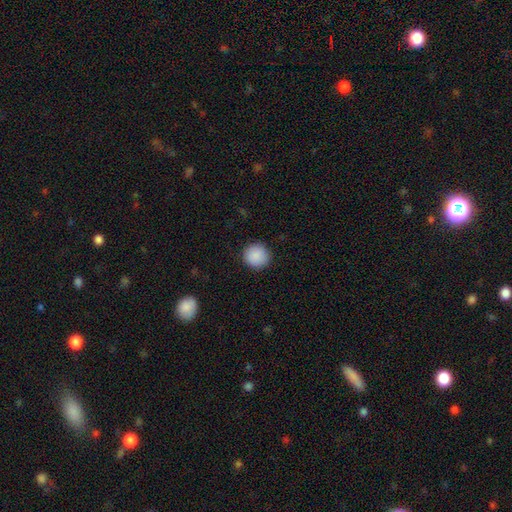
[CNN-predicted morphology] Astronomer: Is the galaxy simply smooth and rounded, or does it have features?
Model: smooth — 89%.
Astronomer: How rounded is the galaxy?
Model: round — 94%.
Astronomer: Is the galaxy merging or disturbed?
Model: none — 91%.